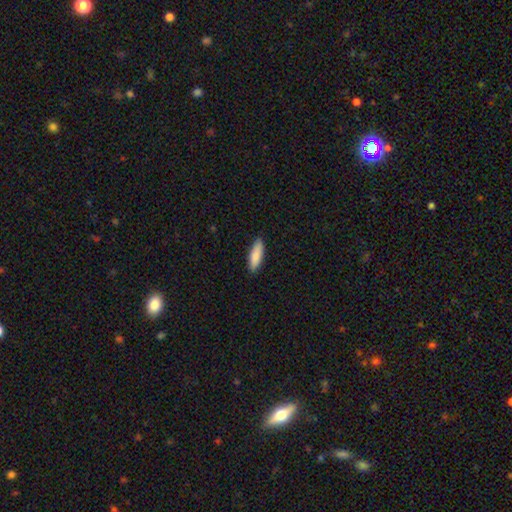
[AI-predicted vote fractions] smooth-or-featured: smooth: 88% | featured or disk: 7% | star or artifact: 5%
  how-rounded: cigar-shaped: 50% | in between: 49% | round: 2%
  merging: none: 88% | minor disturbance: 9% | major disturbance: 2% | merger: 1%